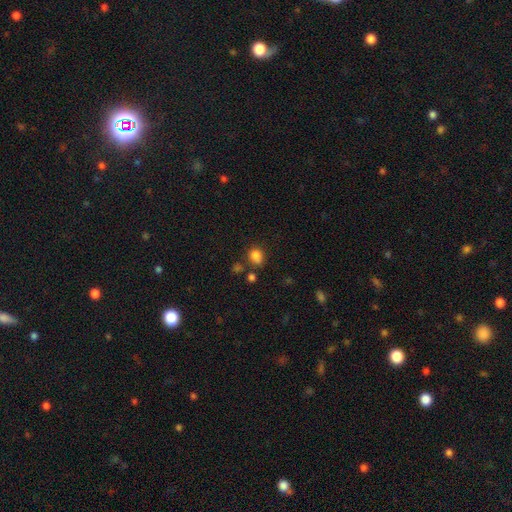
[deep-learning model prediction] This appears to be a smooth galaxy with no disk features (83%) that is round (55%). Merging: none (67%).